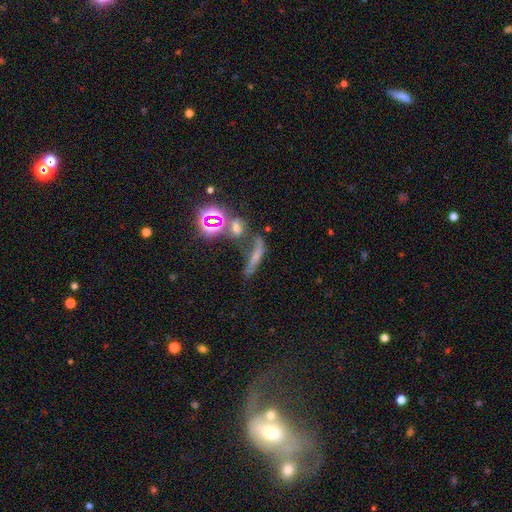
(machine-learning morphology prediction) Overall: smooth (43%; star or artifact 29%). Merging: none (42%; merger 26%).